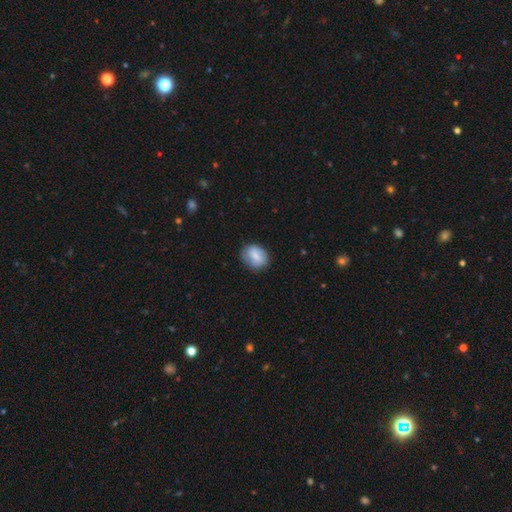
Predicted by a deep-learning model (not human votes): A smooth galaxy with no disk features (76%) that is in between round and cigar-shaped (54%). Merging: none (77%).